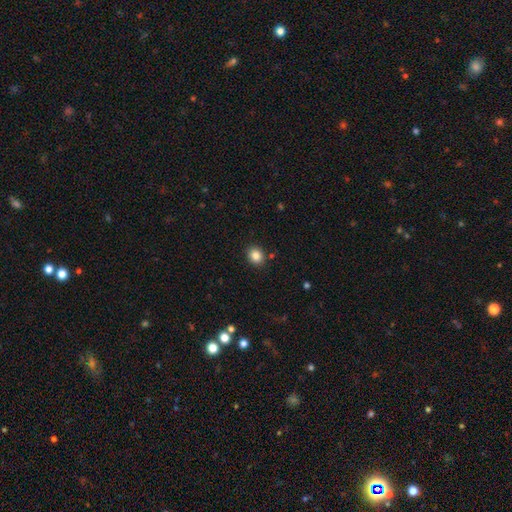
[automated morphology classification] The model was most divided on "how rounded": round: 64%, in between: 35%, cigar-shaped: 1%. More confident: merging — none (88%); smooth or featured — smooth (85%).